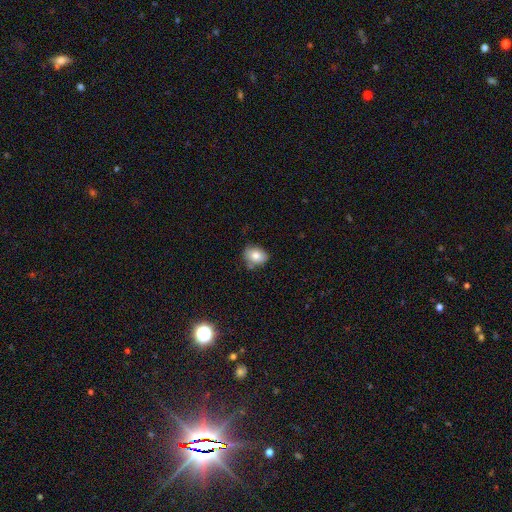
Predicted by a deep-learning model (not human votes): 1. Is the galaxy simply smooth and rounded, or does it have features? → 80% smooth, 11% featured or disk, 9% star or artifact.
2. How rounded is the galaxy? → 65% in between, 34% round, 1% cigar-shaped.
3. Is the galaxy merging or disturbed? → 65% none, 23% minor disturbance, 7% merger, 4% major disturbance.